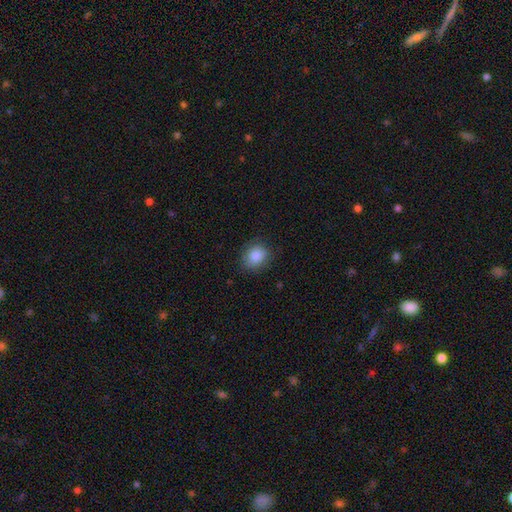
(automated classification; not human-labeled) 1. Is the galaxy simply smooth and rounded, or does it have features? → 87% smooth, 8% star or artifact, 5% featured or disk.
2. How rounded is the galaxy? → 64% round, 35% in between, 1% cigar-shaped.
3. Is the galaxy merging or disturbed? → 81% none, 15% minor disturbance, 4% major disturbance, 1% merger.